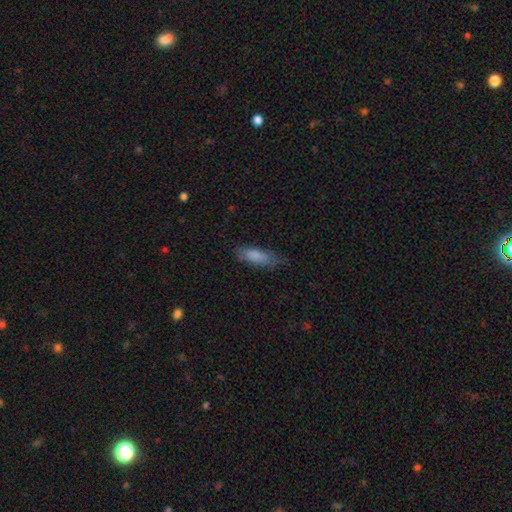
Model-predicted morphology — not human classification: type=smooth (81%); roundness=in between (58%); merging=none (64%).